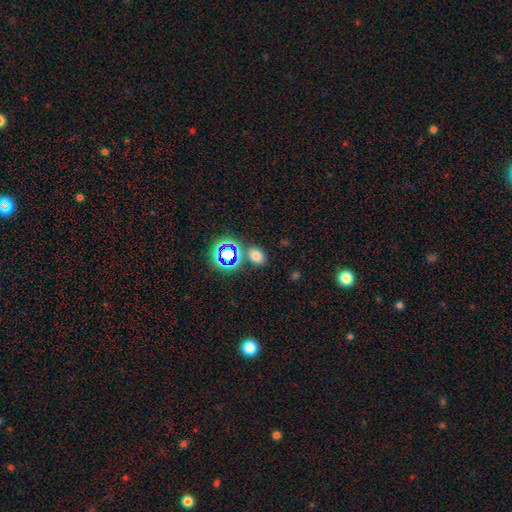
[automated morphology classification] This is likely a smooth galaxy (70%). How rounded: likely in between (68%). Merging: likely none (78%).